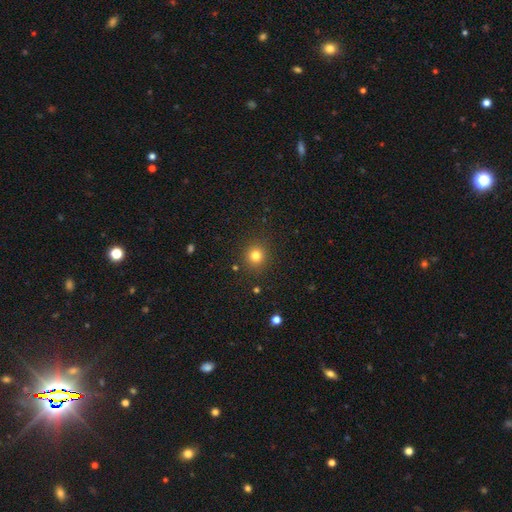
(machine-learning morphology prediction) Smooth or featured? Predicted: smooth (p=0.79). How rounded? Predicted: round (p=0.92). Merging? Predicted: none (p=0.89).